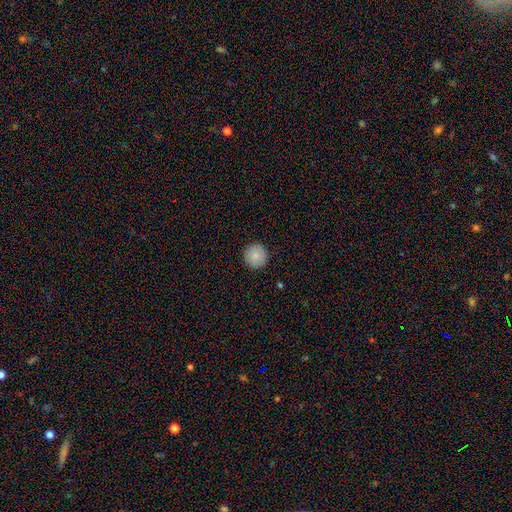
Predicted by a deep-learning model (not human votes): Overall: smooth (86%). How rounded: round (96%). Merging: none (92%).